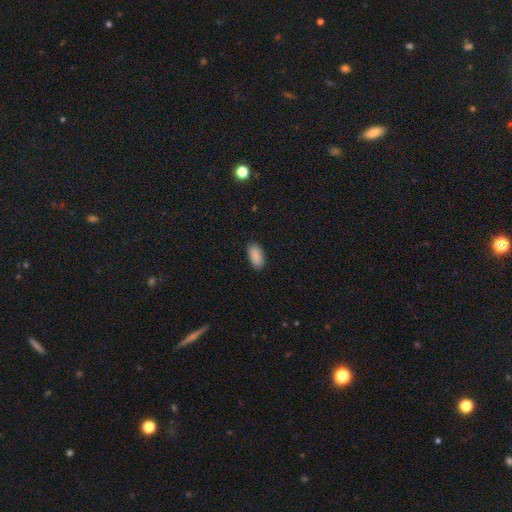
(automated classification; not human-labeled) This is clearly a smooth galaxy (89%). How rounded: clearly in between (94%). Merging: clearly none (86%).